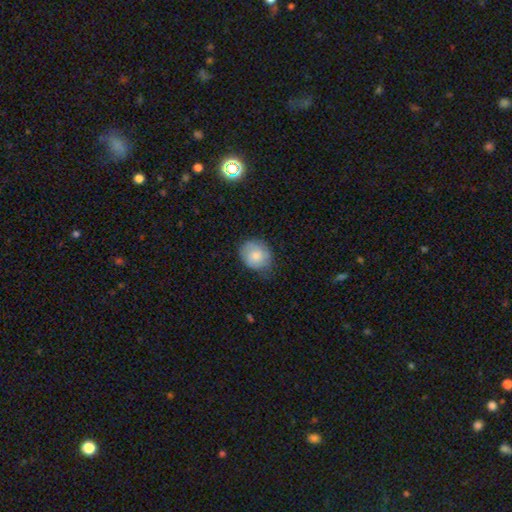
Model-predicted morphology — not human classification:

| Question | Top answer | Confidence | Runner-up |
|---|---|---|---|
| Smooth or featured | smooth | 78% | featured or disk (15%) |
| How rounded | round | 66% | in between (33%) |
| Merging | none | 63% | minor disturbance (29%) |